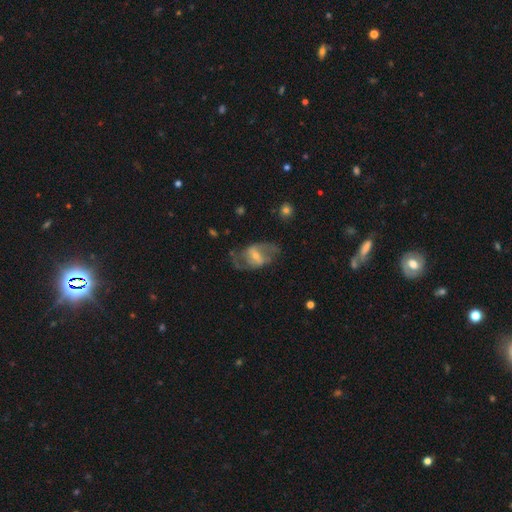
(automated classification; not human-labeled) Smooth or featured? featured or disk (78%)
Edge-on disk? no (96%)
Bar? weak (46%)
Spiral arms? yes (87%)
Spiral winding? medium (48%)
Spiral arm count? 2 (88%)
Bulge size? small (49%)
Merging? none (66%)